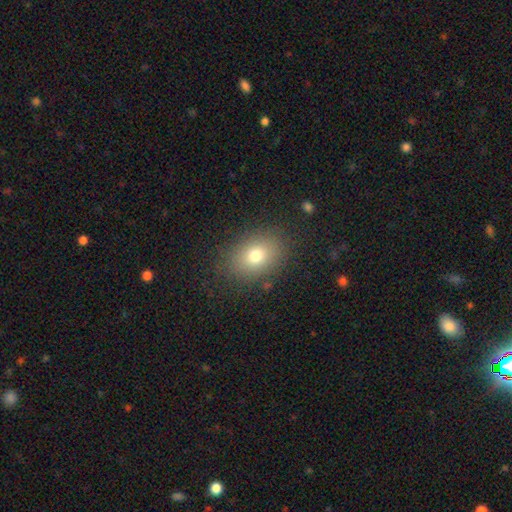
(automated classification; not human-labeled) Smooth or featured: smooth — 76% (featured or disk — 12%)
How rounded: in between — 74% (round — 25%)
Merging: none — 85% (minor disturbance — 10%)